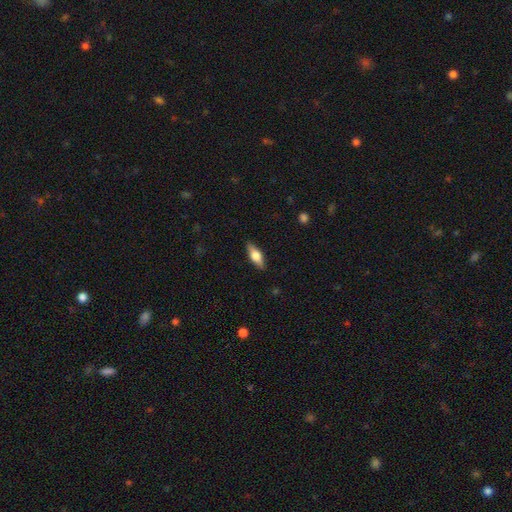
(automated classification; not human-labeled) This is possibly a smooth galaxy (51%). How rounded: likely in between (66%). Merging: clearly none (87%).